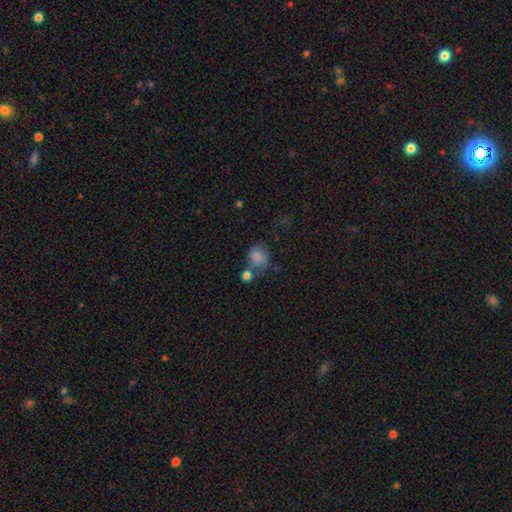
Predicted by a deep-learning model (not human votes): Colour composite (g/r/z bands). It shows a smooth galaxy with no disk features (79%) that is round (69%). Merging: none (50%).